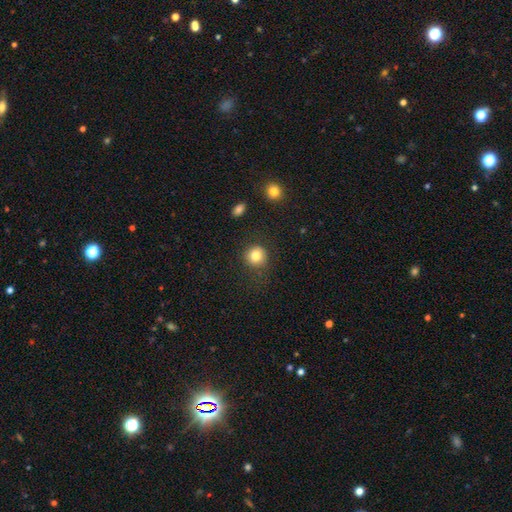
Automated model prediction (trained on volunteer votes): Overall: smooth (81%). How rounded: round (90%). Merging: none (85%).